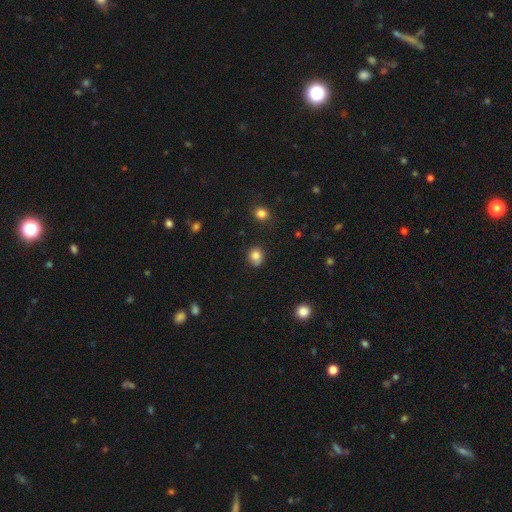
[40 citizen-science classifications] Smooth or featured? smooth (85%)
How rounded? round (85%)
Merging? none (69%)